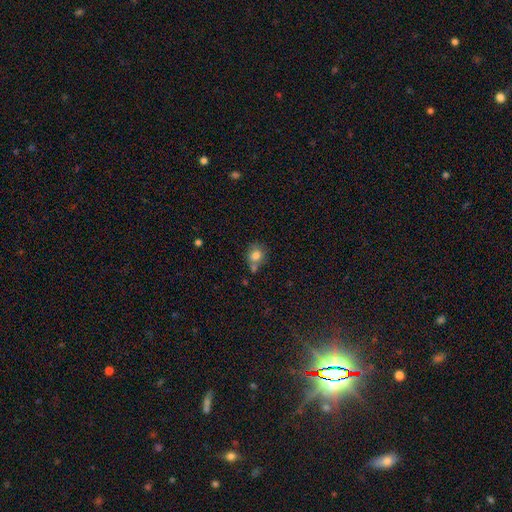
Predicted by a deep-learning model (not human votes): Overall: smooth (78%). How rounded: round (78%). Merging: none (54%; merger 24%).